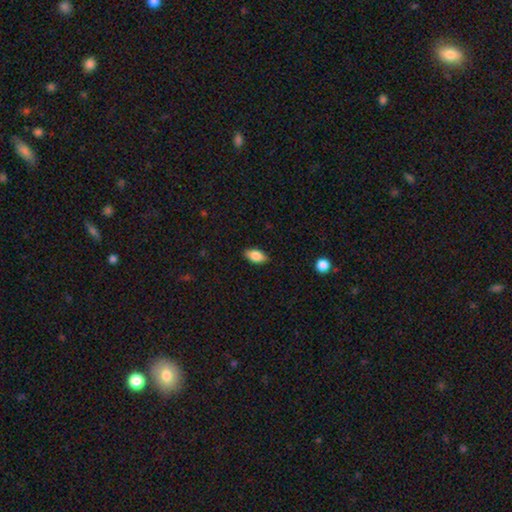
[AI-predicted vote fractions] This appears to be a smooth galaxy with no disk features (81%) that is in between round and cigar-shaped (90%). Merging: none (87%).